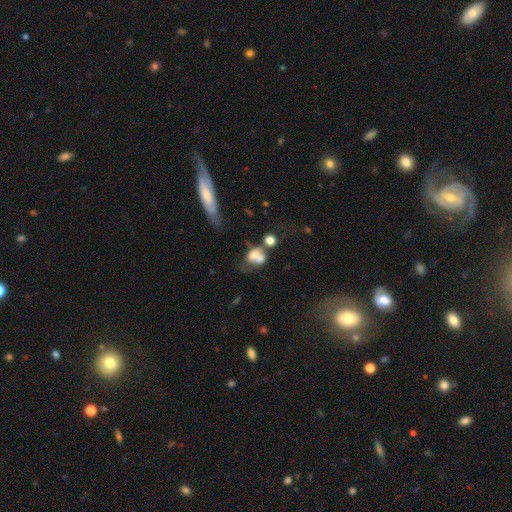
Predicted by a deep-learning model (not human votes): smooth 61%, featured or disk 27%, star or artifact 12%. Down the decision tree: how rounded — in between (55%); merging — merger (57%).